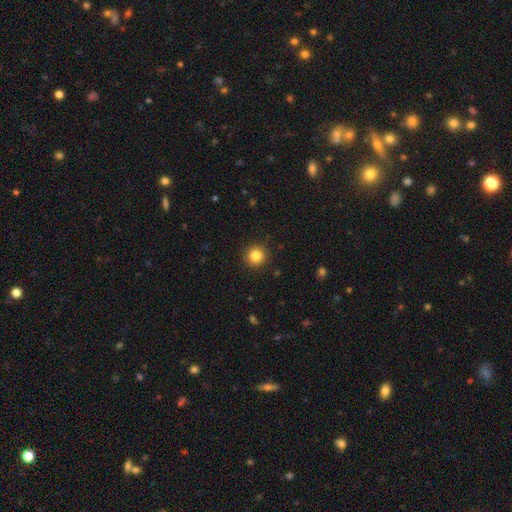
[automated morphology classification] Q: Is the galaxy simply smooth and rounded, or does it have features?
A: smooth — 84%.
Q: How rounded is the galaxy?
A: round — 95%.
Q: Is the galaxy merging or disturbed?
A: none — 92%.